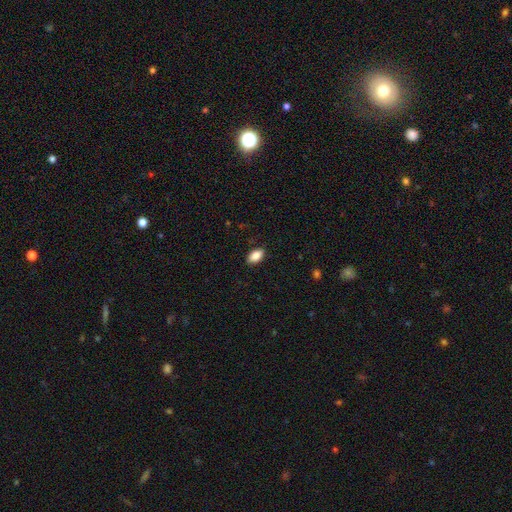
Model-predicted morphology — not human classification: smooth_or_featured: smooth (p=0.87) [alt: star or artifact p=0.07]
how_rounded: in between (p=0.93) [alt: round p=0.04]
merging: none (p=0.88) [alt: minor disturbance p=0.09]